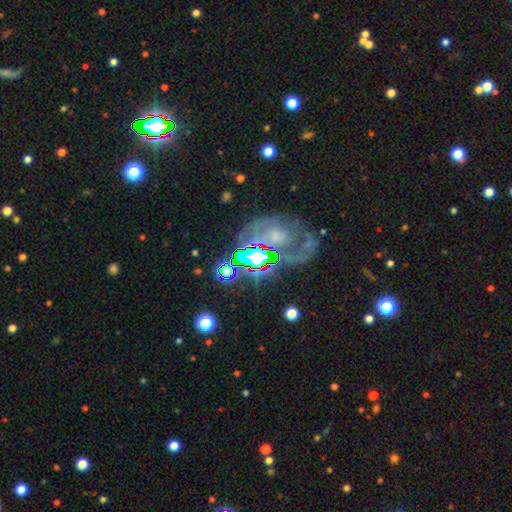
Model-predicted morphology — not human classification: Smooth or featured? Predicted: featured or disk (p=0.50). Merging? Predicted: none (p=0.52).